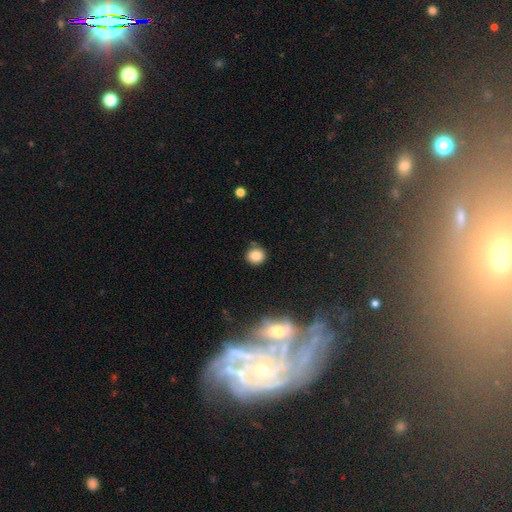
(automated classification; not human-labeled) This appears to be a smooth galaxy with no disk features (84%) that is round (88%). Merging: none (84%).